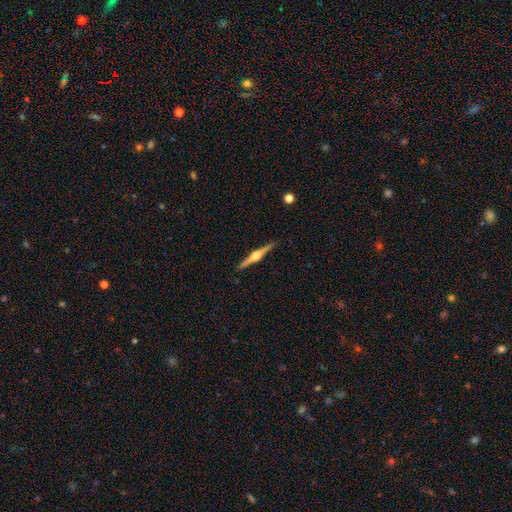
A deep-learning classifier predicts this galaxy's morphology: A featured or disk galaxy (84%) viewed edge-on (99%) with a rounded central bulge (94%). Merging: none (92%).